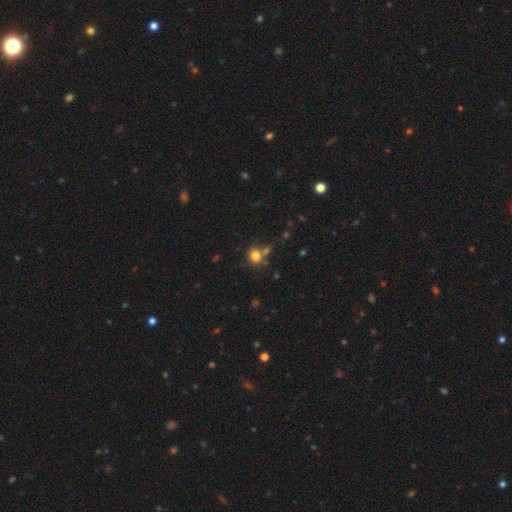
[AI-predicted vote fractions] smooth_or_featured: smooth (p=0.79) [alt: star or artifact p=0.13]
how_rounded: round (p=0.69) [alt: in between p=0.30]
merging: none (p=0.59) [alt: merger p=0.22]